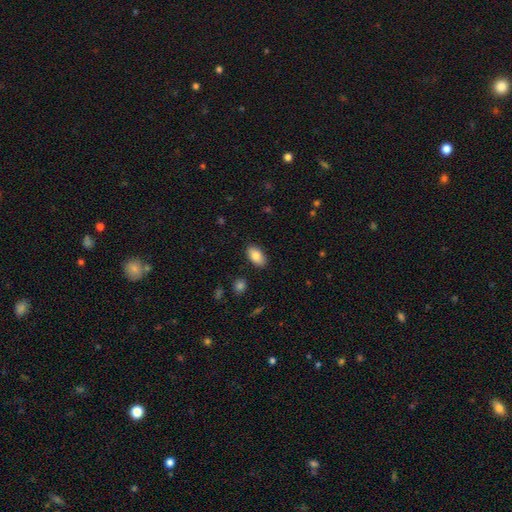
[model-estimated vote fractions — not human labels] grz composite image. It shows a smooth galaxy with no disk features (86%) that is in between round and cigar-shaped (93%). Merging: none (87%).